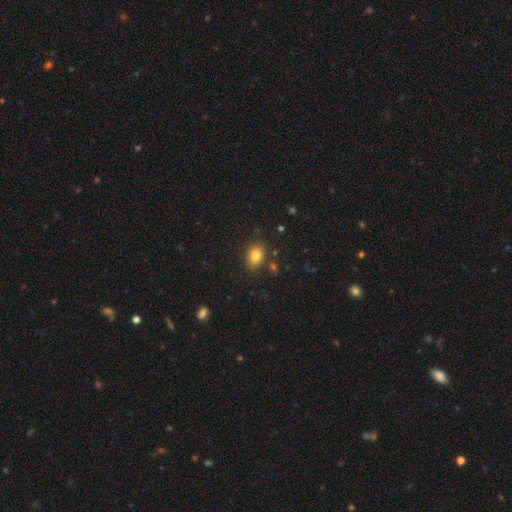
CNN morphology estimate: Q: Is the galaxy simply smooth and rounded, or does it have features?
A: smooth — 81%.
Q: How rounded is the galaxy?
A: in between — 69%.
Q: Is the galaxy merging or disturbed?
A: none — 83%.